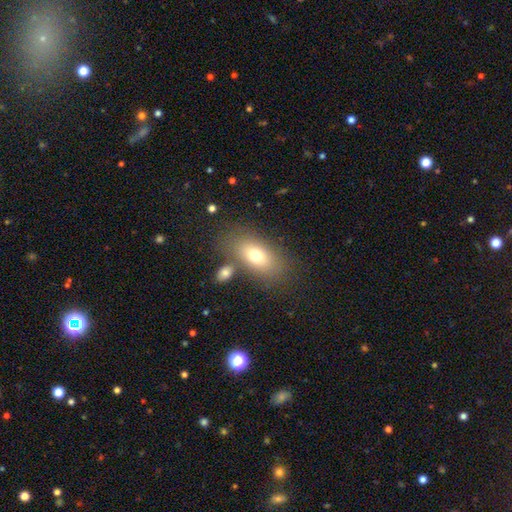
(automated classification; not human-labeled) smooth-or-featured: smooth: 73% | featured or disk: 17% | star or artifact: 10%
  how-rounded: in between: 88% | round: 8% | cigar-shaped: 4%
  merging: none: 72% | minor disturbance: 12% | merger: 11% | major disturbance: 5%